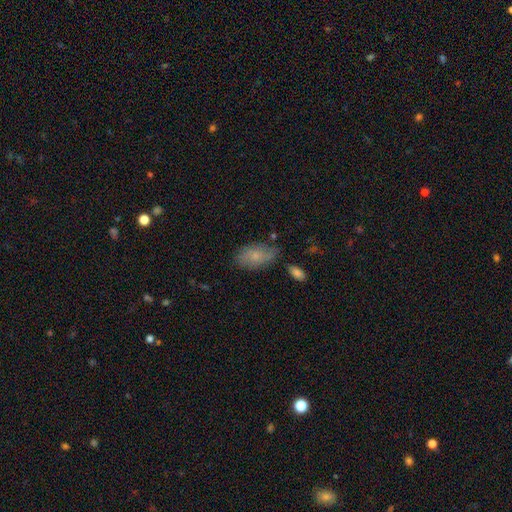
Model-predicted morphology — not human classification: Overall: smooth (72%). How rounded: in between (93%). Merging: none (69%).